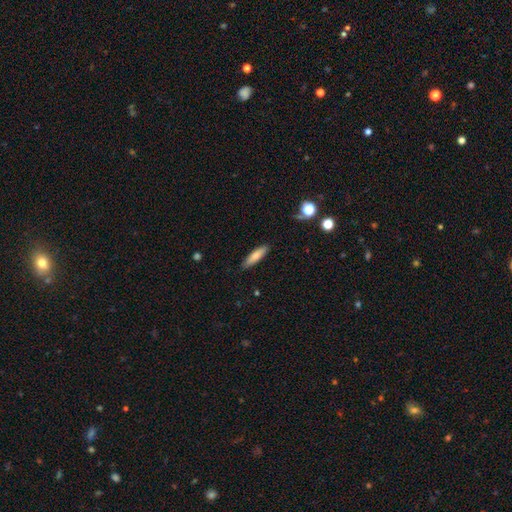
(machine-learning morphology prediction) smooth 76%, featured or disk 17%, star or artifact 7%. Down the decision tree: how rounded — cigar-shaped (70%); merging — none (86%).